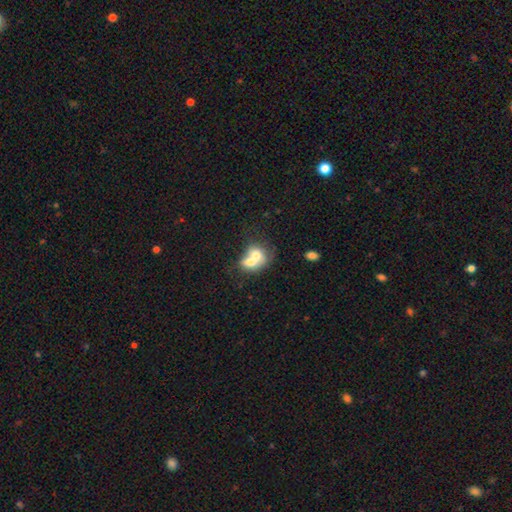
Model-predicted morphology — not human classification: smooth 64%, featured or disk 28%, star or artifact 8%. Down the decision tree: how rounded — round (50%); merging — merger (74%).